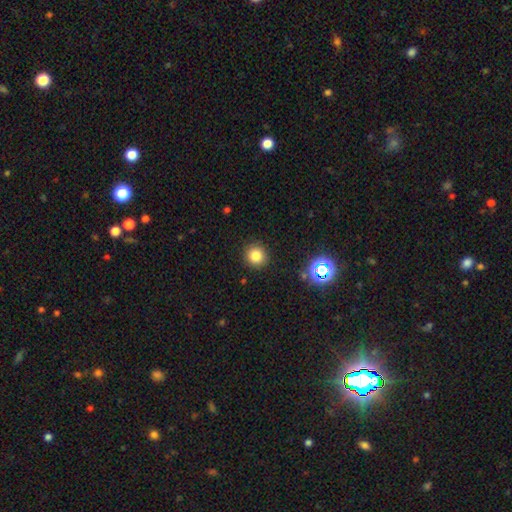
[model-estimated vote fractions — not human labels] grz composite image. It shows a smooth galaxy with no disk features (79%) that is round (91%). Merging: none (90%).